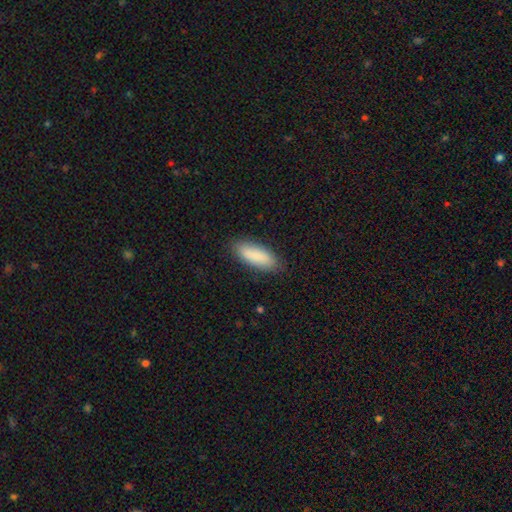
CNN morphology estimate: Overall: smooth (89%). How rounded: in between (68%; cigar-shaped 30%). Merging: none (86%).